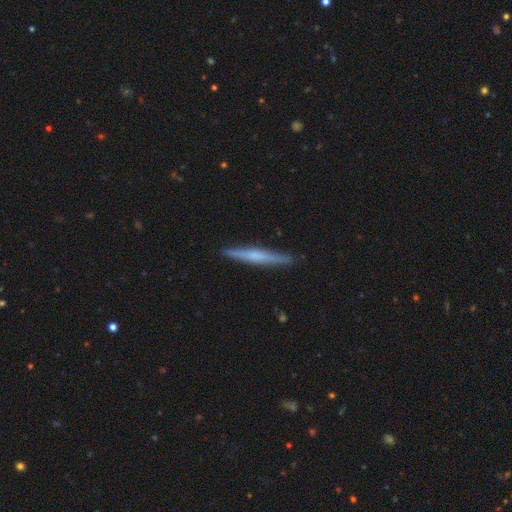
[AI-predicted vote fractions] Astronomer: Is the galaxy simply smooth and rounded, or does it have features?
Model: featured or disk — 57% (runner-up: smooth, 37%).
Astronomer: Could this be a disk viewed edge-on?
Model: yes — 97%.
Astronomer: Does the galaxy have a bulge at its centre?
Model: rounded — 50% (runner-up: none, 38%).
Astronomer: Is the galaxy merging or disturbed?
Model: none — 91%.